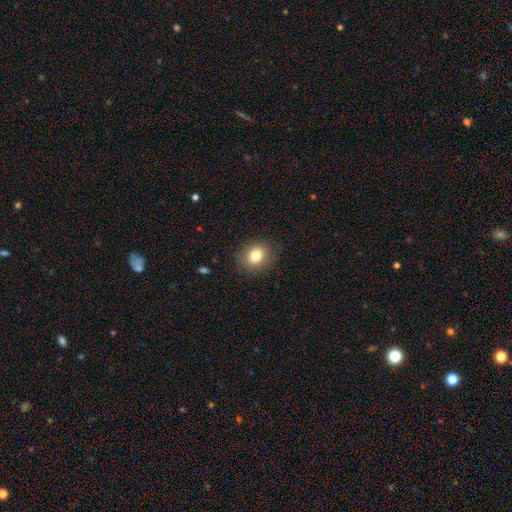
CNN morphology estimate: smooth_or_featured: smooth (p=0.80) [alt: star or artifact p=0.10]
how_rounded: round (p=0.61) [alt: in between p=0.38]
merging: none (p=0.86) [alt: minor disturbance p=0.10]